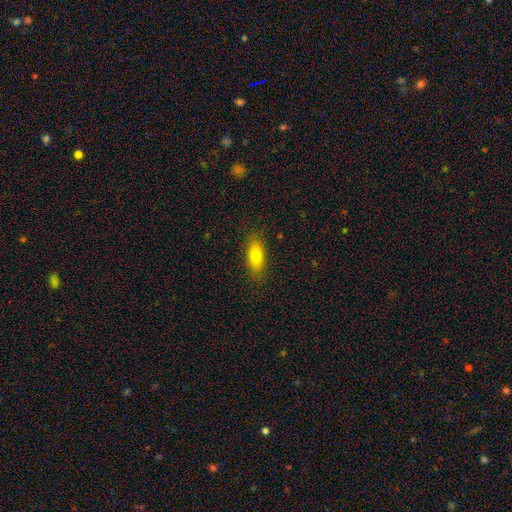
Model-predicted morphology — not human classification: Smooth or featured?
  - smooth: 78% *
  - featured or disk: 15%
  - star or artifact: 8%
How rounded?
  - in between: 75% *
  - cigar-shaped: 21%
  - round: 3%
Merging?
  - none: 87% *
  - minor disturbance: 10%
  - major disturbance: 2%
  - merger: 1%